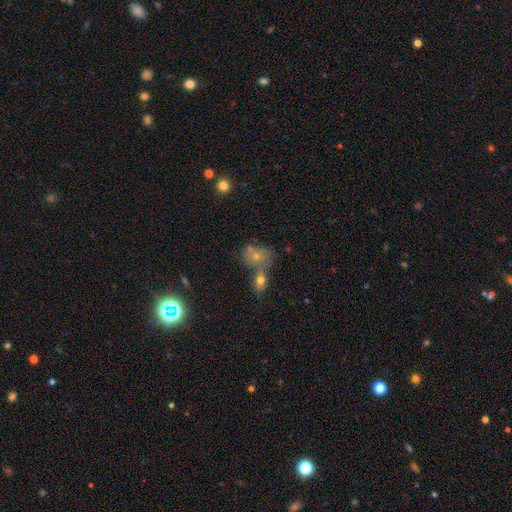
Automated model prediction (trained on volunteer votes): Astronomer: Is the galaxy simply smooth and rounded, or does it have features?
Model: smooth — 66%.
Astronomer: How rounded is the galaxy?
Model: in between — 61% (runner-up: round, 37%).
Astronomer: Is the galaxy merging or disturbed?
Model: merger — 53% (runner-up: none, 29%).